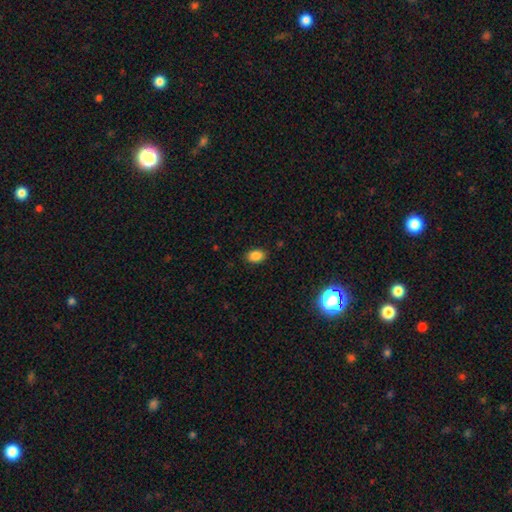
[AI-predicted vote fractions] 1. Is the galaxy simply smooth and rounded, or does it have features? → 86% smooth, 10% star or artifact, 4% featured or disk.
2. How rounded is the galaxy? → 81% in between, 17% round, 1% cigar-shaped.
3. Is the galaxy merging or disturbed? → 86% none, 10% minor disturbance, 3% major disturbance, 1% merger.